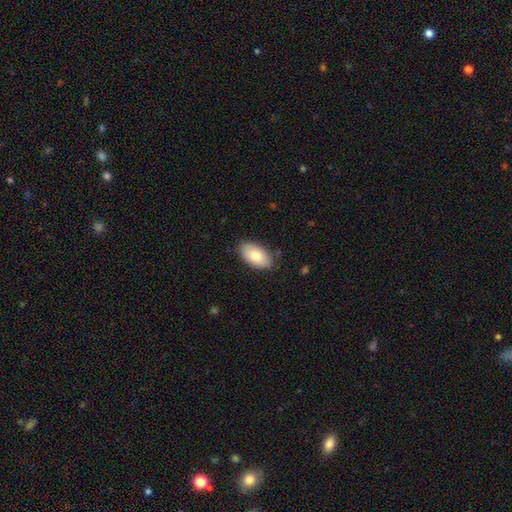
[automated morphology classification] Smooth or featured?
  - smooth: 81% *
  - featured or disk: 13%
  - star or artifact: 6%
How rounded?
  - in between: 95% *
  - round: 3%
  - cigar-shaped: 2%
Merging?
  - none: 83% *
  - minor disturbance: 13%
  - major disturbance: 2%
  - merger: 1%